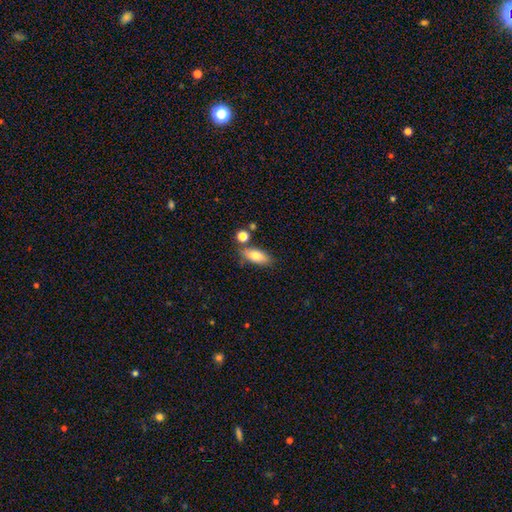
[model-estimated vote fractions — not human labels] Smooth or featured? Predicted: smooth (p=0.77). How rounded? Predicted: in between (p=0.82). Merging? Predicted: none (p=0.69).